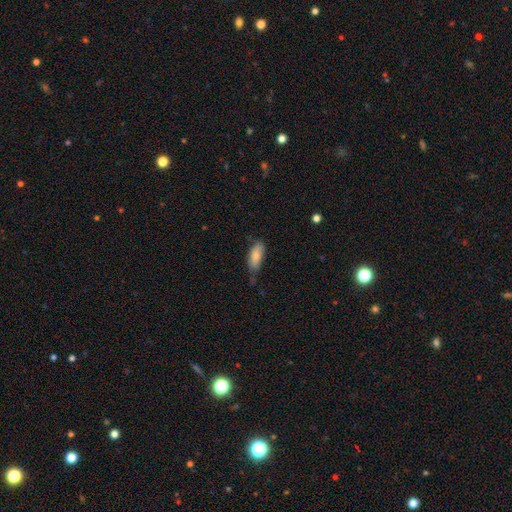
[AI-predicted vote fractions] The model was most divided on "merging": none: 57%, minor disturbance: 33%, major disturbance: 7%, merger: 3%. More confident: smooth or featured — smooth (80%); how rounded — in between (78%).